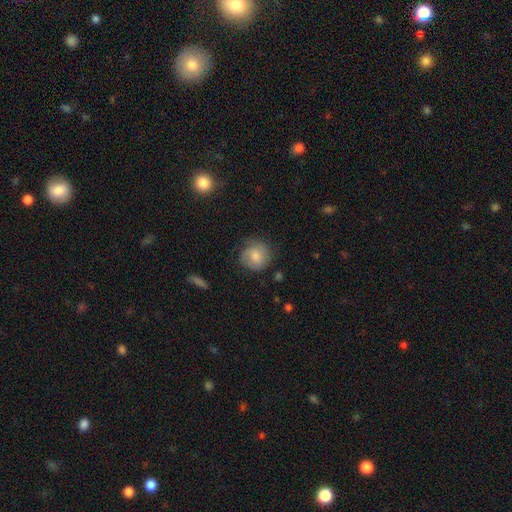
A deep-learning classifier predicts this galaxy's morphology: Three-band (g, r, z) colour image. It shows a smooth galaxy with no disk features (76%) that is round (87%). Merging: none (69%).